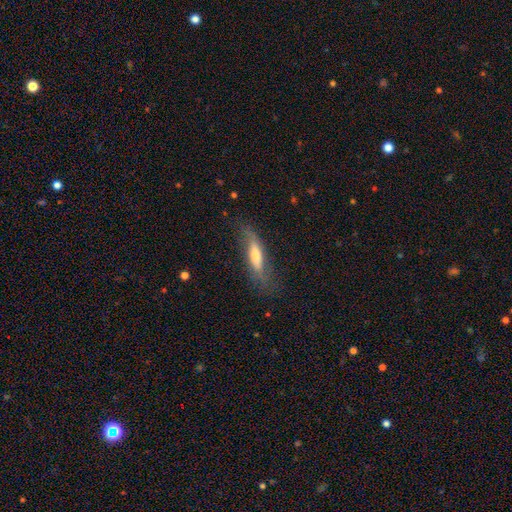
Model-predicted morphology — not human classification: A smooth galaxy with no disk features (49%).

Vote fractions:
- Smooth or featured? smooth: 49% / featured or disk: 44% / star or artifact: 7%
- Merging? none: 63% / minor disturbance: 24% / major disturbance: 12% / merger: 2%